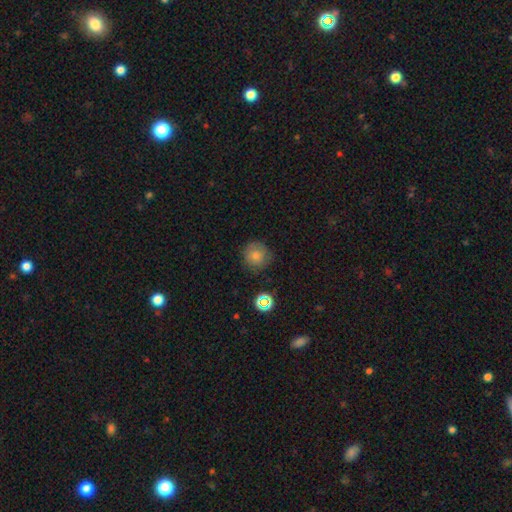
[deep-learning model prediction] Smooth or featured? smooth (75%)
How rounded? round (93%)
Merging? none (79%)